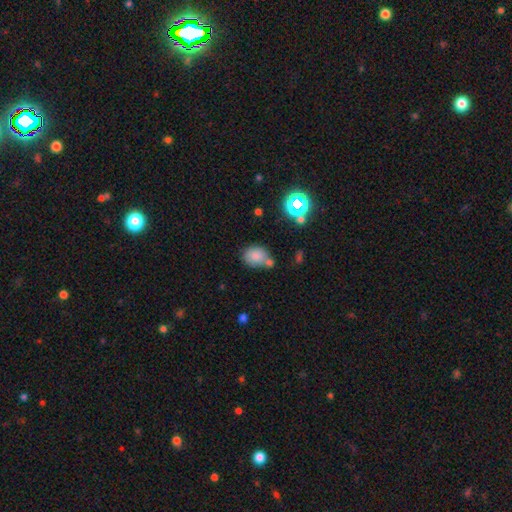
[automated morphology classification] Smooth or featured?
  - smooth: 77% *
  - star or artifact: 14%
  - featured or disk: 10%
How rounded?
  - in between: 53% *
  - round: 46%
  - cigar-shaped: 1%
Merging?
  - none: 51% *
  - merger: 28%
  - minor disturbance: 16%
  - major disturbance: 5%